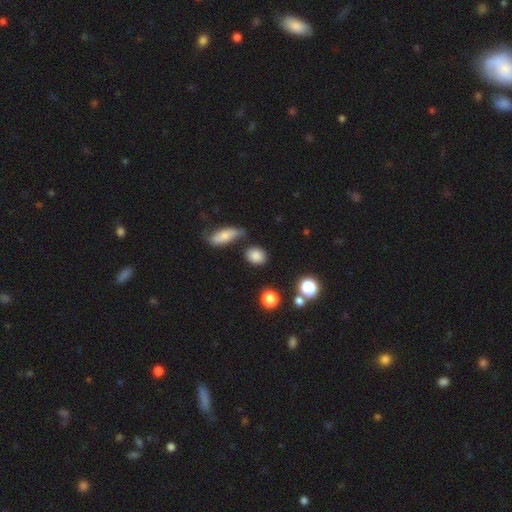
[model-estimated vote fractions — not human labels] Smooth or featured? Predicted: smooth (p=0.84). How rounded? Predicted: round (p=0.49). Merging? Predicted: none (p=0.75).